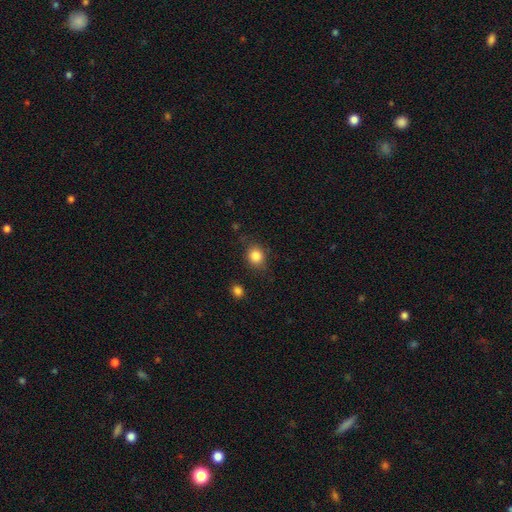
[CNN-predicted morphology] Q: Smooth or featured?
A: smooth (84%); runner-up: star or artifact (10%)
Q: How rounded?
A: round (71%); runner-up: in between (29%)
Q: Merging?
A: none (80%); runner-up: minor disturbance (13%)